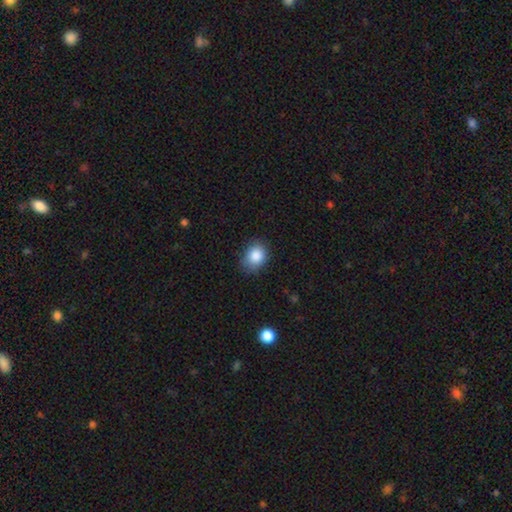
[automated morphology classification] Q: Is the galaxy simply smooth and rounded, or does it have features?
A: smooth — 87%.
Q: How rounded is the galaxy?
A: round — 51%.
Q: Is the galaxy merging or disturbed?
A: none — 78%.